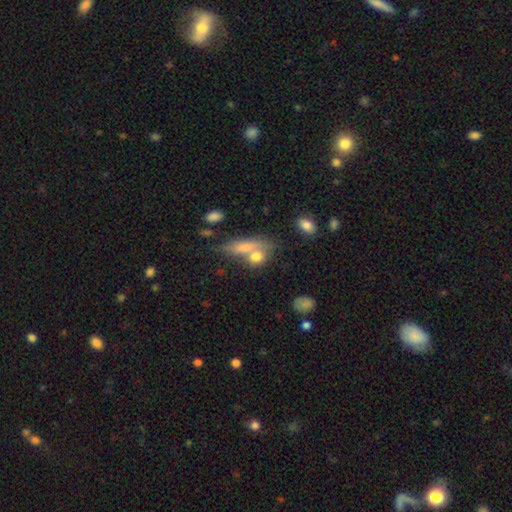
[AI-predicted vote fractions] A smooth galaxy with no disk features (73%) that is in between round and cigar-shaped (54%).

Vote fractions:
- Smooth or featured? smooth: 73% / featured or disk: 16% / star or artifact: 10%
- How rounded? in between: 54% / round: 33% / cigar-shaped: 14%
- Merging? merger: 47% / none: 33% / minor disturbance: 12% / major disturbance: 8%